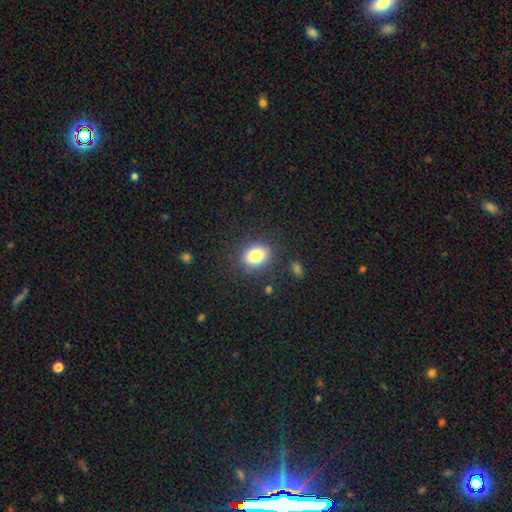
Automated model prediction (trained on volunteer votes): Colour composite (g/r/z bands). It shows a smooth galaxy with no disk features (82%) that is in between round and cigar-shaped (56%). Merging: none (84%).